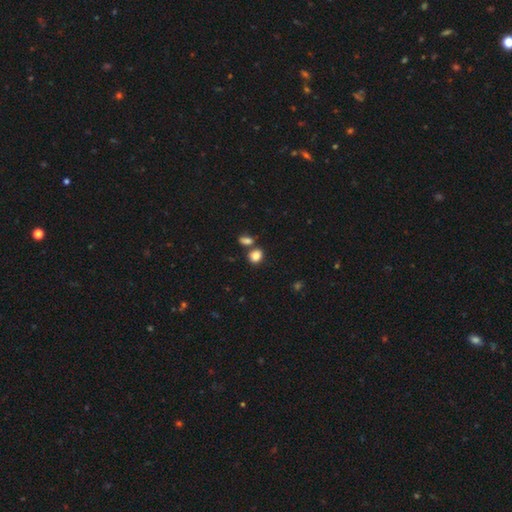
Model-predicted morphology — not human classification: This is clearly a smooth galaxy (85%). How rounded: possibly round (51%). Merging: likely none (64%).